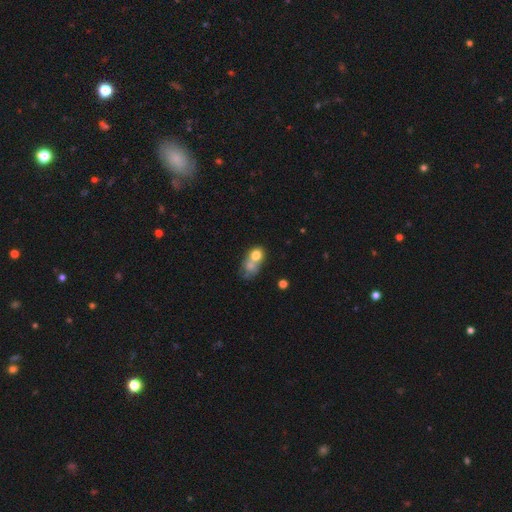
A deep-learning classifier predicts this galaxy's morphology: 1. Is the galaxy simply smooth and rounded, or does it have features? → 69% smooth, 20% featured or disk, 11% star or artifact.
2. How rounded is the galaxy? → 50% round, 48% in between, 2% cigar-shaped.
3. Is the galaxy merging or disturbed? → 62% merger, 21% none, 9% minor disturbance, 8% major disturbance.